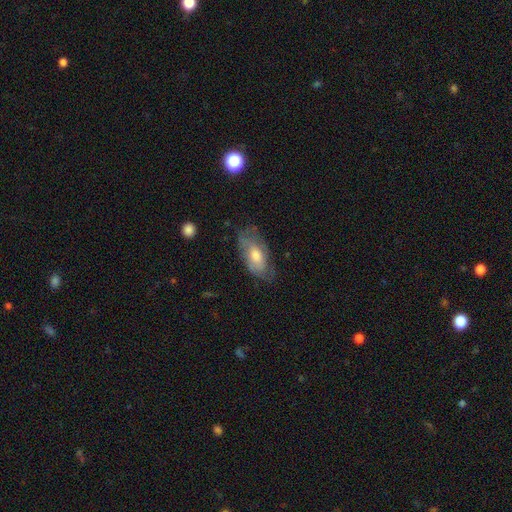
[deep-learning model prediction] Overall: smooth (53%; featured or disk 40%). How rounded: in between (89%). Merging: none (57%; minor disturbance 29%).